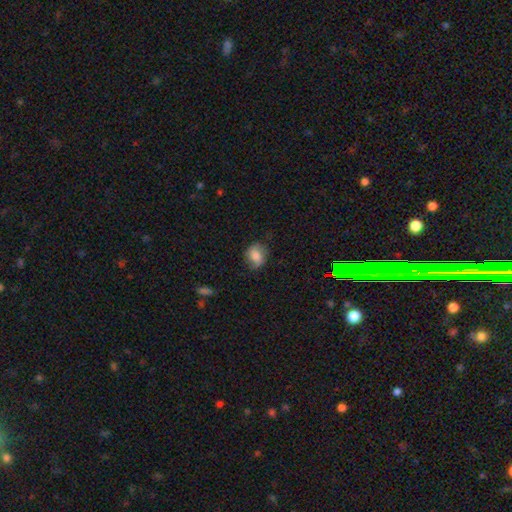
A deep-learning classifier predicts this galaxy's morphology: smooth-or-featured: smooth: 75% | featured or disk: 16% | star or artifact: 9%
  how-rounded: round: 51% | in between: 48% | cigar-shaped: 1%
  merging: none: 70% | minor disturbance: 23% | major disturbance: 6% | merger: 1%